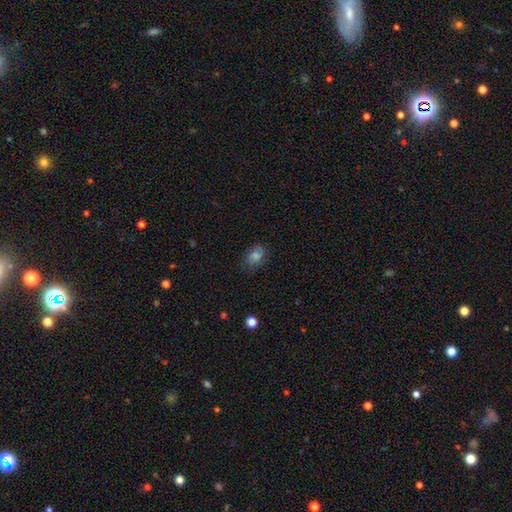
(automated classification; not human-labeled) smooth-or-featured: smooth: 54% | featured or disk: 24% | star or artifact: 23%
  how-rounded: in between: 68% | round: 30% | cigar-shaped: 2%
  merging: none: 73% | minor disturbance: 18% | major disturbance: 7% | merger: 2%